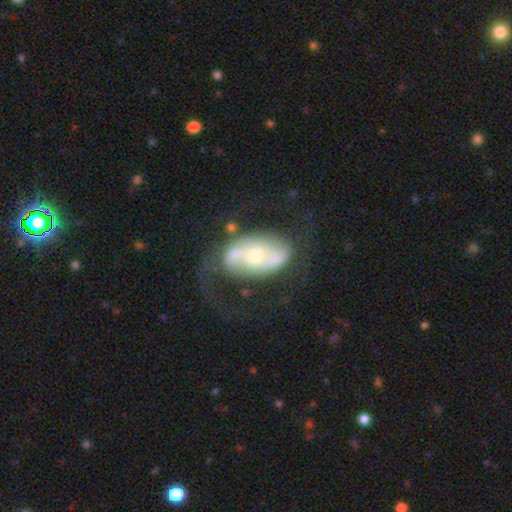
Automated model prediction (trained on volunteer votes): Smooth or featured? featured or disk (75%)
Edge-on disk? no (94%)
Bar? no (43%)
Spiral arms? yes (80%)
Spiral winding? loose (47%)
Spiral arm count? 2 (80%)
Bulge size? moderate (48%)
Merging? none (49%)